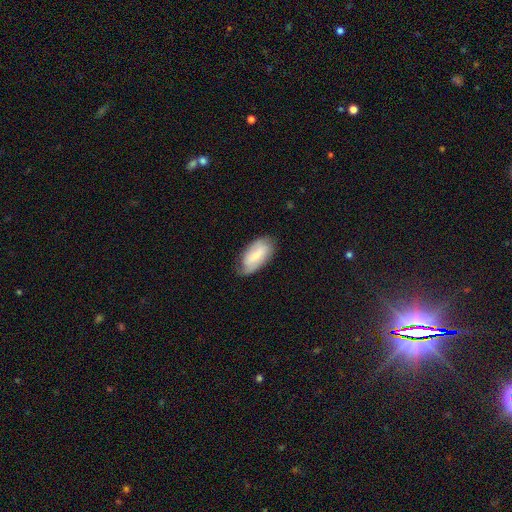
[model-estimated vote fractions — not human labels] A smooth galaxy with no disk features (50%).

Vote fractions:
- Smooth or featured? smooth: 50% / featured or disk: 44% / star or artifact: 6%
- Merging? none: 69% / minor disturbance: 24% / major disturbance: 6% / merger: 1%